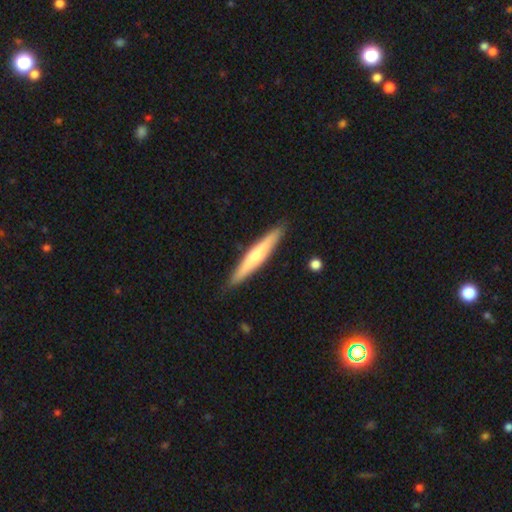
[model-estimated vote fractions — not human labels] Overall: featured or disk (53%; smooth 41%). Edge-on disk: yes (95%). Edge-on bulge: rounded (76%). Merging: none (90%).